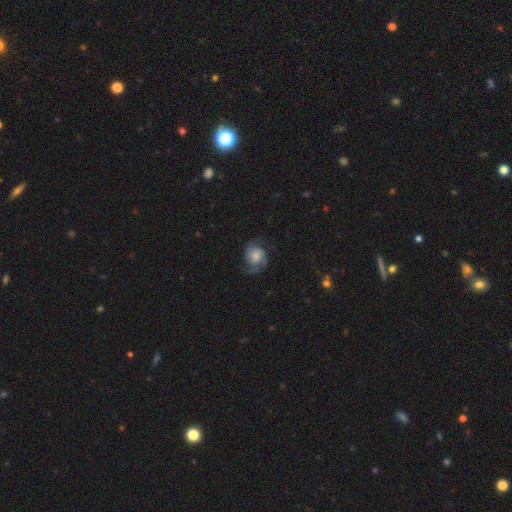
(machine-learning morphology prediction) smooth_or_featured: featured or disk (p=0.76) [alt: smooth p=0.17]
disk_edge_on: no (p=0.98) [alt: yes p=0.02]
bar: no (p=0.72) [alt: weak p=0.24]
has_spiral_arms: yes (p=0.96) [alt: no p=0.04]
spiral_winding: medium (p=0.46) [alt: tight p=0.32]
spiral_arm_count: 2 (p=0.85) [alt: can't tell p=0.05]
bulge_size: large (p=0.28) [alt: moderate p=0.26]
merging: none (p=0.70) [alt: minor disturbance p=0.18]